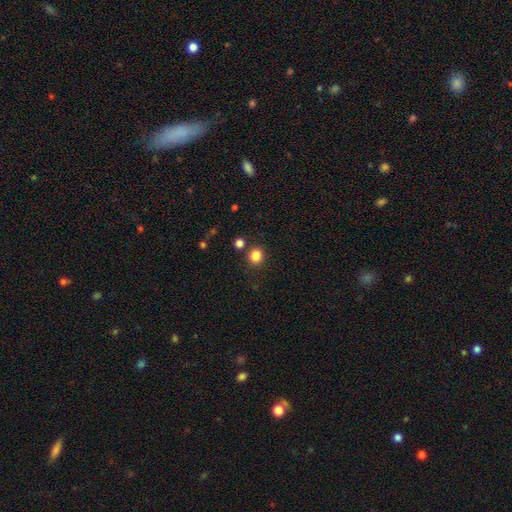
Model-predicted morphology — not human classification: A smooth galaxy with no disk features (85%) that is round (78%). Merging: none (82%).